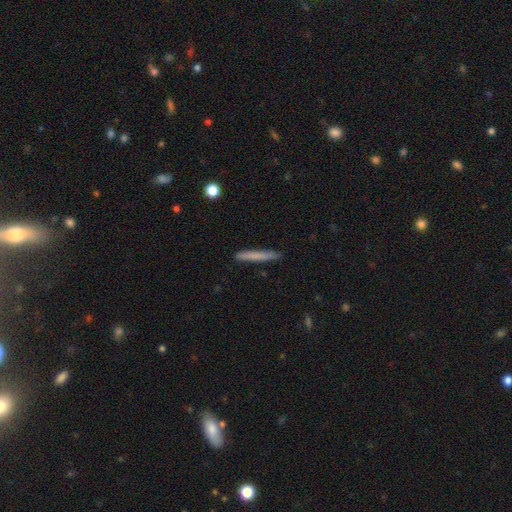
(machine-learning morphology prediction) Smooth or featured?
  - smooth: 71% *
  - featured or disk: 23%
  - star or artifact: 6%
How rounded?
  - cigar-shaped: 96% *
  - in between: 2%
  - round: 1%
Merging?
  - none: 90% *
  - minor disturbance: 7%
  - major disturbance: 1%
  - merger: 1%